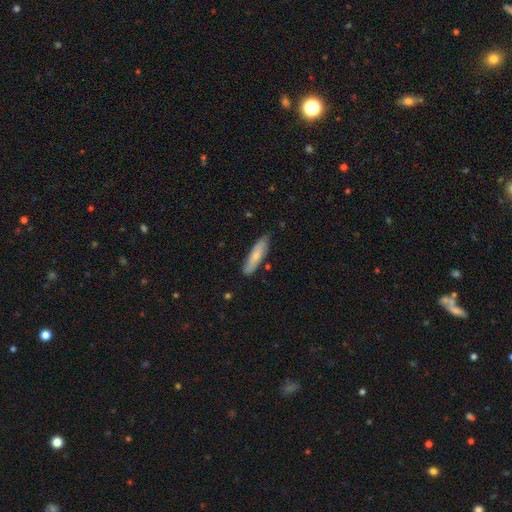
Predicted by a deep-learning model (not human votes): This appears to be a smooth galaxy with no disk features (71%) that is cigar-shaped (72%). Merging: none (83%).